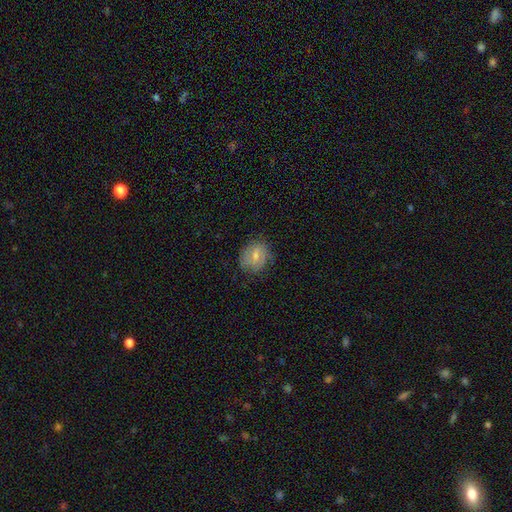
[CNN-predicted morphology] Smooth or featured: featured or disk — 48% (smooth — 44%)
Merging: none — 74% (minor disturbance — 18%)